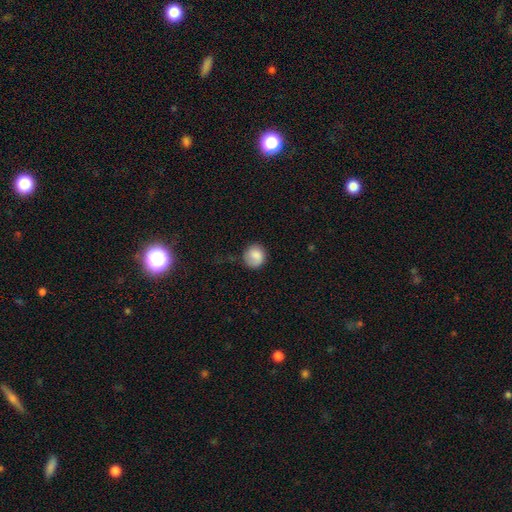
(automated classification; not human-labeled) Smooth or featured?
  - smooth: 82% *
  - featured or disk: 11%
  - star or artifact: 8%
How rounded?
  - round: 84% *
  - in between: 15%
  - cigar-shaped: 1%
Merging?
  - none: 69% *
  - minor disturbance: 21%
  - major disturbance: 8%
  - merger: 2%